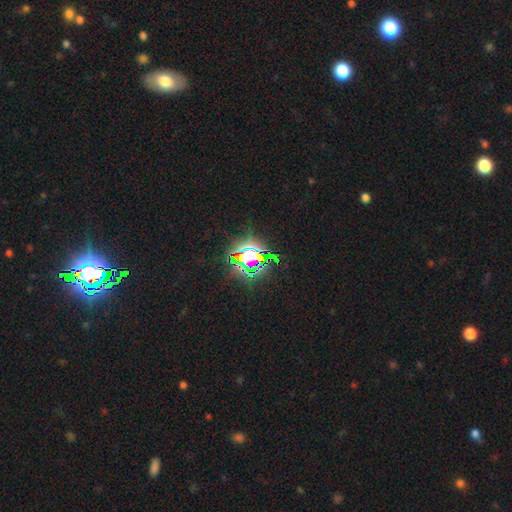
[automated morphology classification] Smooth or featured? star or artifact (73%)